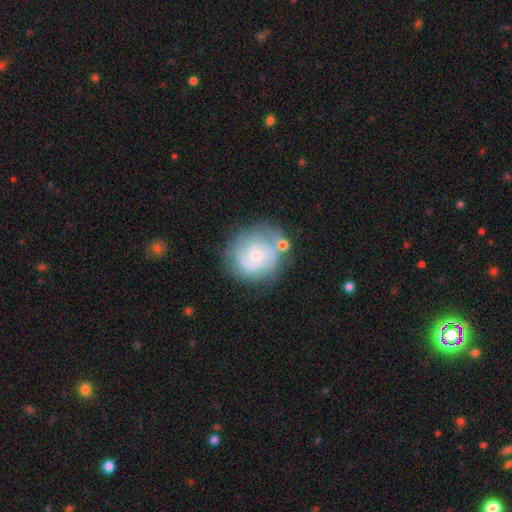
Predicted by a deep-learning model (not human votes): Smooth or featured? Predicted: featured or disk (p=0.72). Edge-on disk? Predicted: no (p=0.98). Bar? Predicted: no (p=0.71). Spiral arms? Predicted: yes (p=0.92). Spiral winding? Predicted: tight (p=0.55). Spiral arm count? Predicted: 2 (p=0.45). Bulge size? Predicted: small (p=0.68). Merging? Predicted: none (p=0.69).